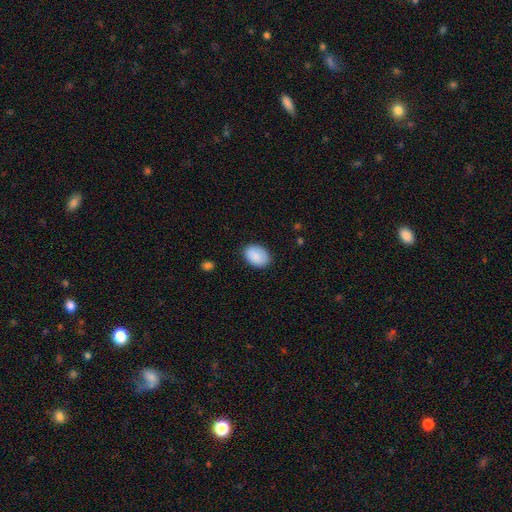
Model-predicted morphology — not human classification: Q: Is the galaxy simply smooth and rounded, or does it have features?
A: smooth — 89%.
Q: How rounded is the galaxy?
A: in between — 83%.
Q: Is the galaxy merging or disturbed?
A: none — 83%.